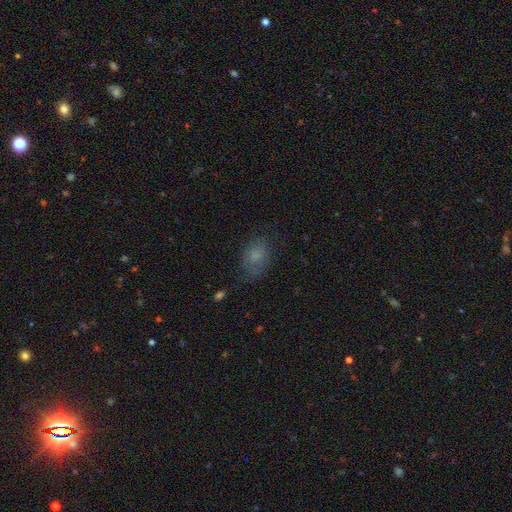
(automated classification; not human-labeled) A smooth galaxy with no disk features (72%) that is in between round and cigar-shaped (73%).

Vote fractions:
- Smooth or featured? smooth: 72% / featured or disk: 14% / star or artifact: 14%
- How rounded? in between: 73% / round: 25% / cigar-shaped: 2%
- Merging? none: 63% / minor disturbance: 24% / major disturbance: 11% / merger: 2%